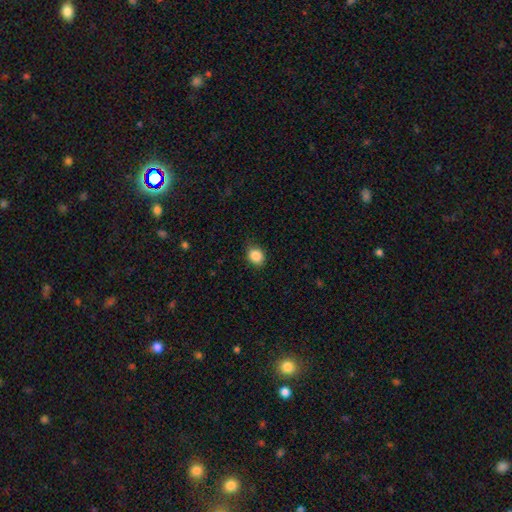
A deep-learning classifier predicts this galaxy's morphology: Smooth or featured?
  - smooth: 87% *
  - star or artifact: 9%
  - featured or disk: 3%
How rounded?
  - round: 62% *
  - in between: 38%
  - cigar-shaped: 1%
Merging?
  - none: 83% *
  - minor disturbance: 13%
  - major disturbance: 3%
  - merger: 1%